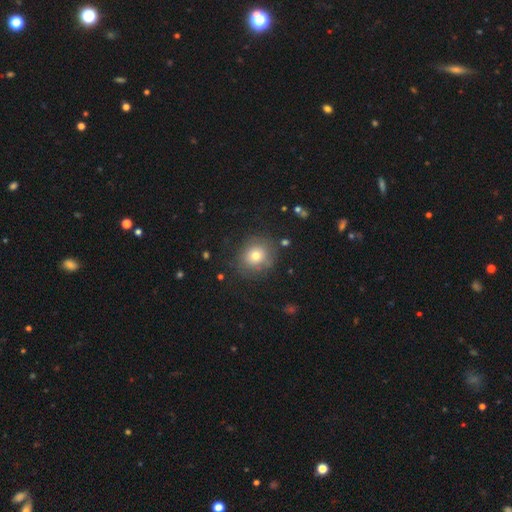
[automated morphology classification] A smooth galaxy with no disk features (71%) that is round (85%). Merging: none (77%).